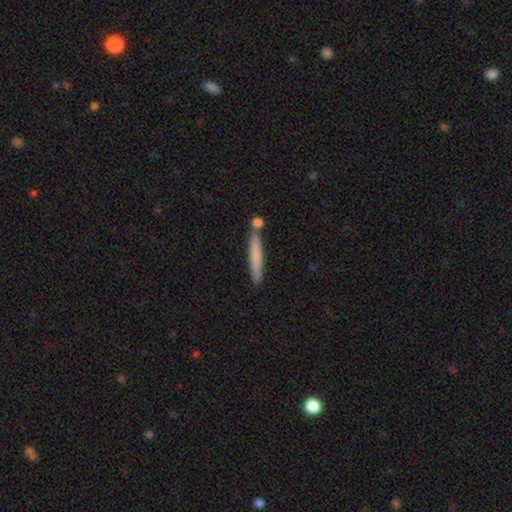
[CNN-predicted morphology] Q: Smooth or featured?
A: smooth (67%); runner-up: featured or disk (27%)
Q: How rounded?
A: cigar-shaped (96%); runner-up: in between (3%)
Q: Merging?
A: none (75%); runner-up: merger (11%)